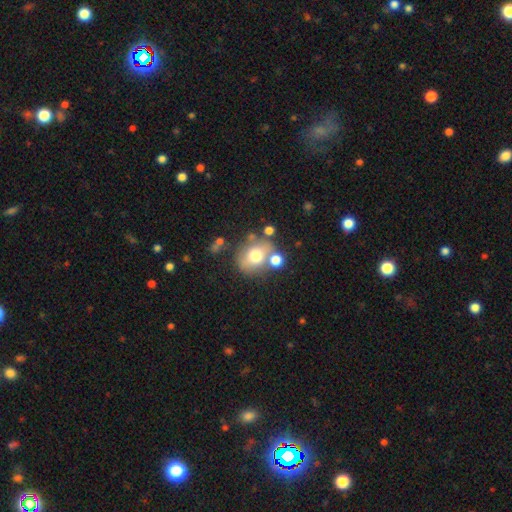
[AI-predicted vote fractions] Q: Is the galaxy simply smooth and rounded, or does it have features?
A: smooth — 62%.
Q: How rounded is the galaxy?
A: round — 62%.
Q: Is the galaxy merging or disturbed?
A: none — 58%.